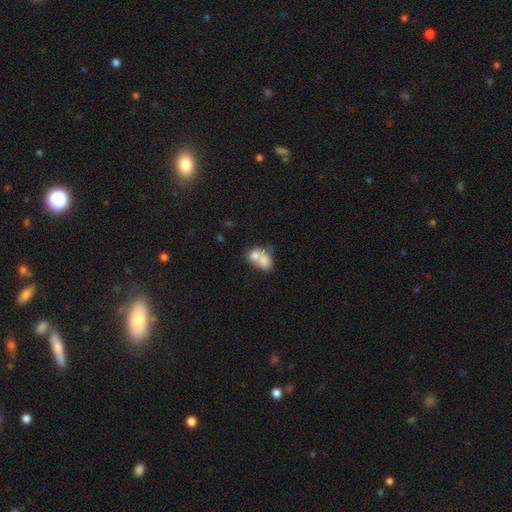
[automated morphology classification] Q: Smooth or featured?
A: smooth (72%); runner-up: featured or disk (19%)
Q: How rounded?
A: in between (59%); runner-up: round (40%)
Q: Merging?
A: merger (71%); runner-up: none (18%)